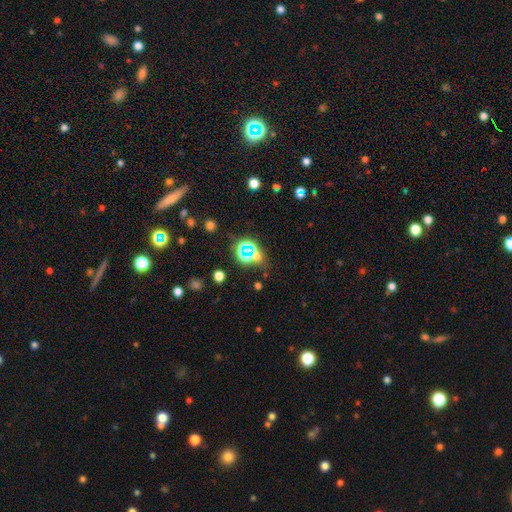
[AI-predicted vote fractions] A star or artifact, not a galaxy (59%).